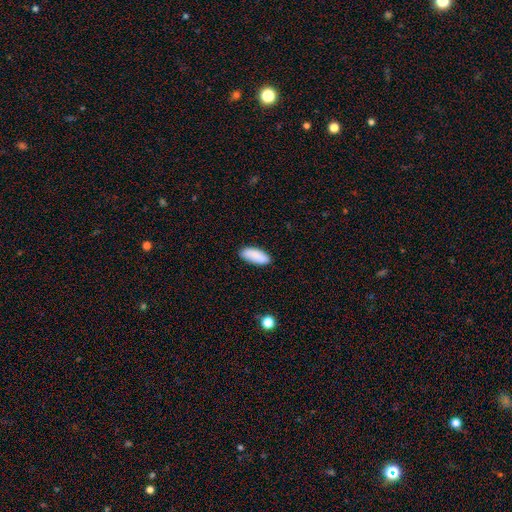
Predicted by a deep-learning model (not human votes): This appears to be a smooth galaxy with no disk features (87%) that is in between round and cigar-shaped (82%). Merging: none (85%).